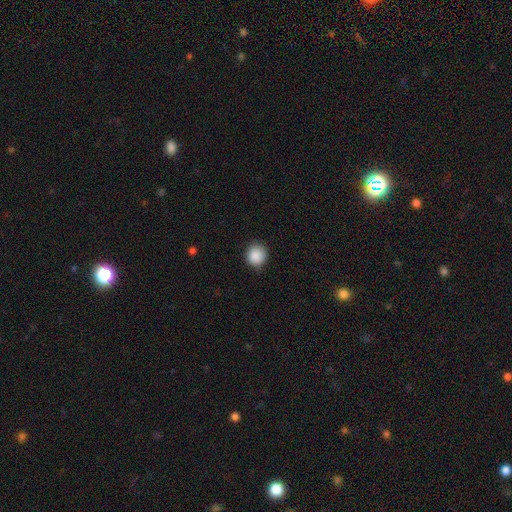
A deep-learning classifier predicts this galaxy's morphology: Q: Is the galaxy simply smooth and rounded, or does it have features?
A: smooth — 89%.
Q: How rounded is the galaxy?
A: round — 91%.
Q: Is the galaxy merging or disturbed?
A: none — 85%.